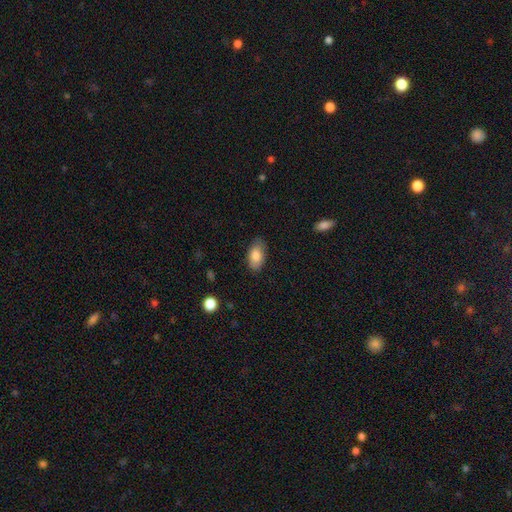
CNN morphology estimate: This is clearly a smooth galaxy (83%). How rounded: clearly in between (93%). Merging: clearly none (81%).